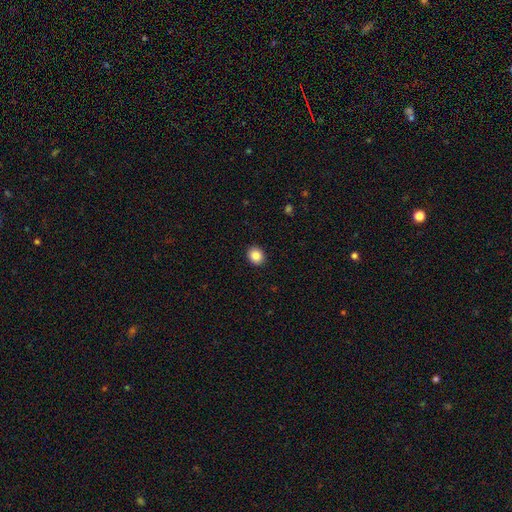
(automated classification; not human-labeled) Overall: smooth (87%). How rounded: round (68%; in between 31%). Merging: none (92%).